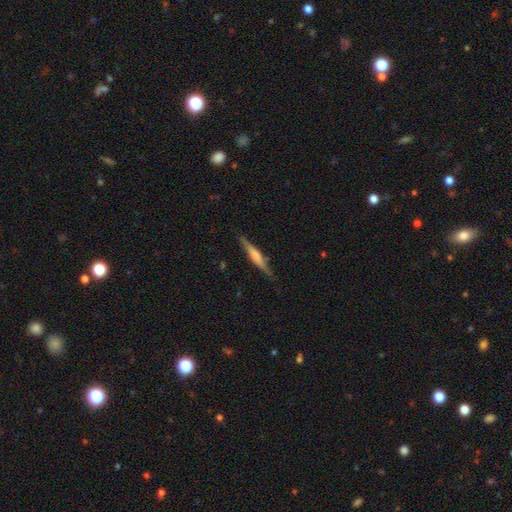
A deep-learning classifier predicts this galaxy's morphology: A featured or disk galaxy (55%) viewed edge-on (96%) with a rounded central bulge (44%).

Vote fractions:
- Smooth or featured? featured or disk: 55% / smooth: 39% / star or artifact: 6%
- Edge-on disk? yes: 96% / no: 4%
- Edge-on bulge? rounded: 44% / boxy: 32% / none: 24%
- Merging? none: 85% / minor disturbance: 11% / major disturbance: 2% / merger: 1%